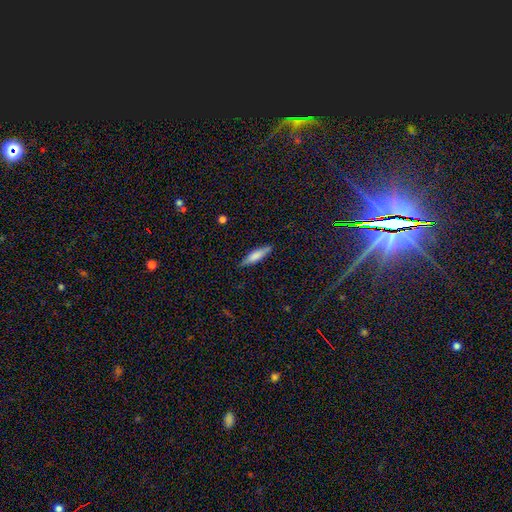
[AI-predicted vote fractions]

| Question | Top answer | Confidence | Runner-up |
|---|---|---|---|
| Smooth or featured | smooth | 71% | featured or disk (22%) |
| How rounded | cigar-shaped | 72% | in between (26%) |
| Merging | none | 83% | minor disturbance (13%) |